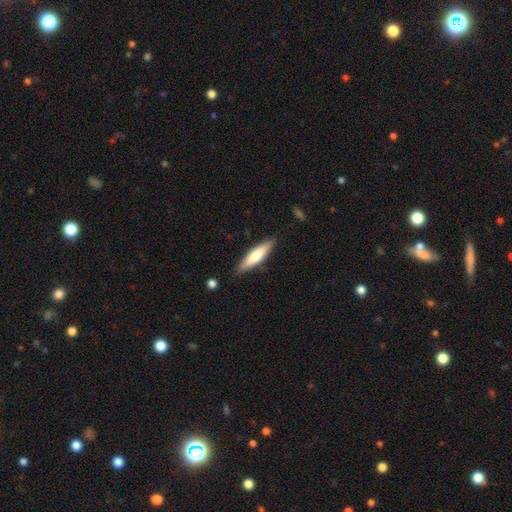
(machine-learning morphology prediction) Smooth or featured: smooth — 69% (featured or disk — 26%)
How rounded: cigar-shaped — 72% (in between — 26%)
Merging: none — 86% (minor disturbance — 11%)